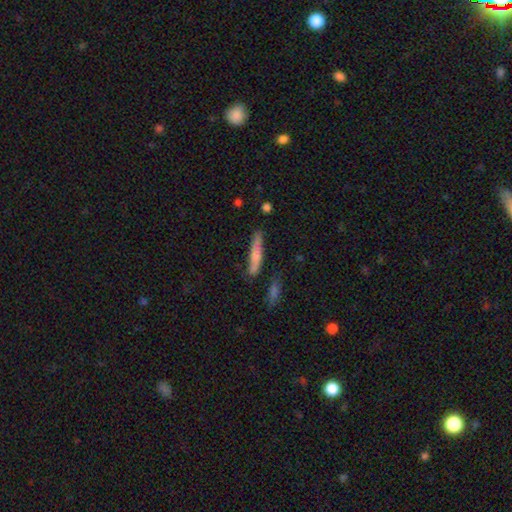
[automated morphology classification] A smooth galaxy with no disk features (67%) that is cigar-shaped (88%).

Vote fractions:
- Smooth or featured? smooth: 67% / featured or disk: 26% / star or artifact: 7%
- How rounded? cigar-shaped: 88% / in between: 10% / round: 2%
- Merging? none: 70% / minor disturbance: 19% / merger: 6% / major disturbance: 5%